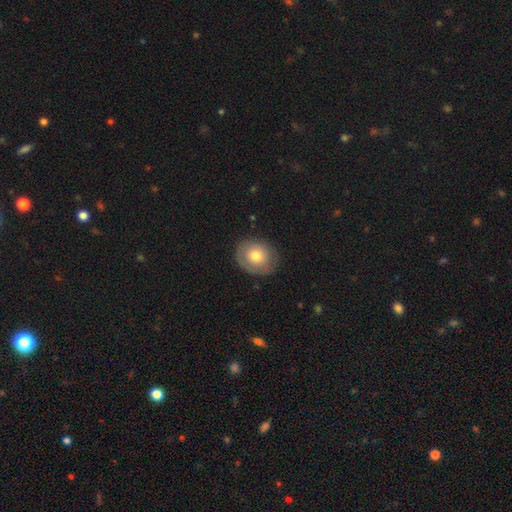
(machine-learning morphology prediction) This is likely a smooth galaxy (65%). How rounded: likely round (63%). Merging: likely none (79%).